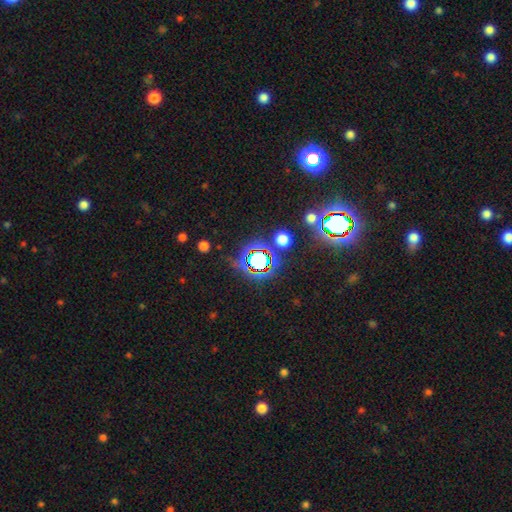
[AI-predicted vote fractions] smooth-or-featured: star or artifact: 74% | smooth: 17% | featured or disk: 9%